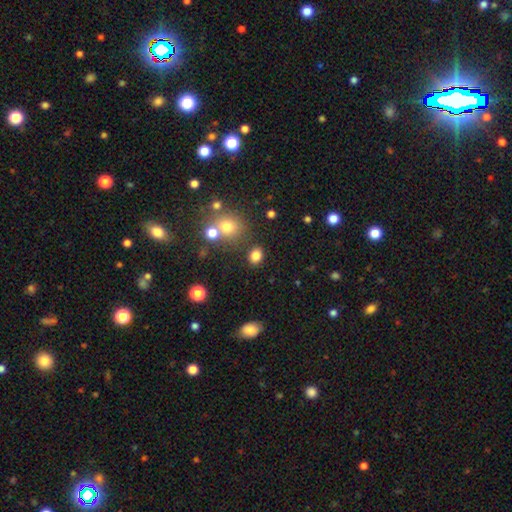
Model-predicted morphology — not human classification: type=smooth (81%); roundness=in between (50%); merging=none (82%).